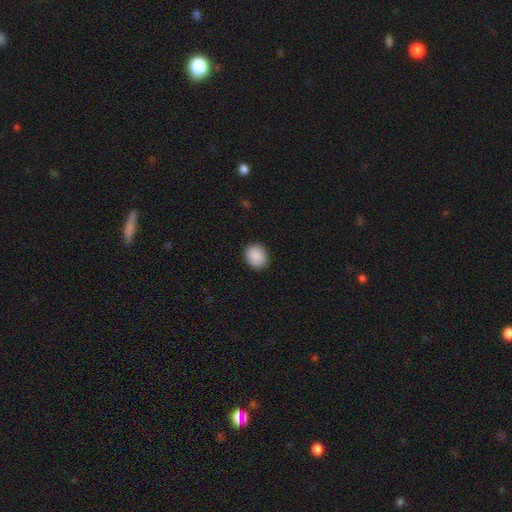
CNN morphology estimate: A smooth galaxy with no disk features (90%) that is round (69%).

Vote fractions:
- Smooth or featured? smooth: 90% / star or artifact: 7% / featured or disk: 3%
- How rounded? round: 69% / in between: 30% / cigar-shaped: 1%
- Merging? none: 90% / minor disturbance: 7% / major disturbance: 2% / merger: 1%